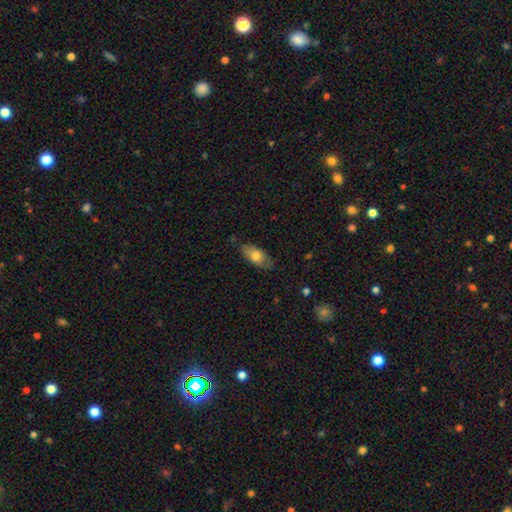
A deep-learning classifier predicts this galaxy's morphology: Smooth or featured?
  - smooth: 73% *
  - featured or disk: 21%
  - star or artifact: 6%
How rounded?
  - in between: 86% *
  - cigar-shaped: 11%
  - round: 3%
Merging?
  - none: 79% *
  - minor disturbance: 17%
  - major disturbance: 3%
  - merger: 2%